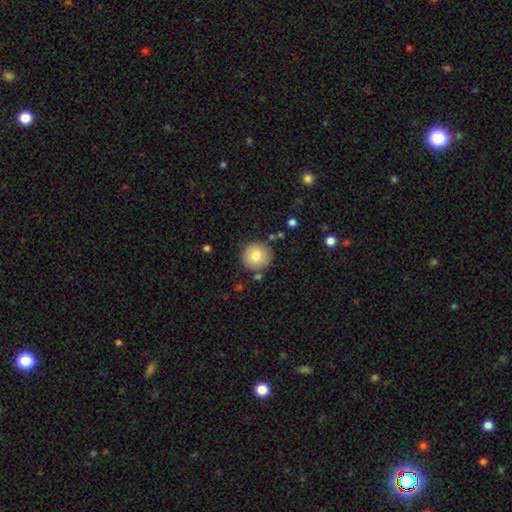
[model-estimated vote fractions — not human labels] Smooth or featured? smooth (80%)
How rounded? round (95%)
Merging? none (85%)